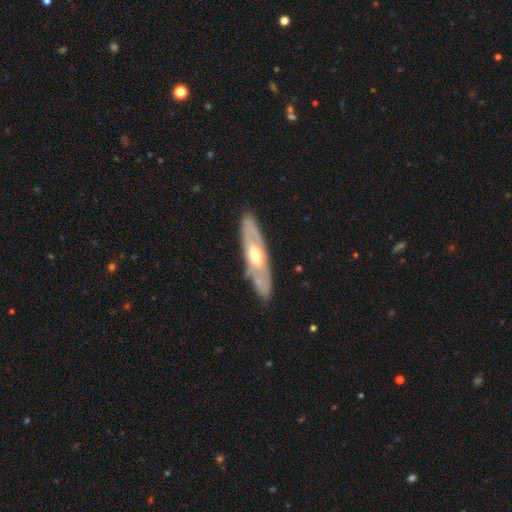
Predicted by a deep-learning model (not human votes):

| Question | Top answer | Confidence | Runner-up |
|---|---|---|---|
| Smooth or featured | featured or disk | 71% | smooth (25%) |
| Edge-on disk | no | 62% | yes (38%) |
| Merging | none | 80% | minor disturbance (14%) |